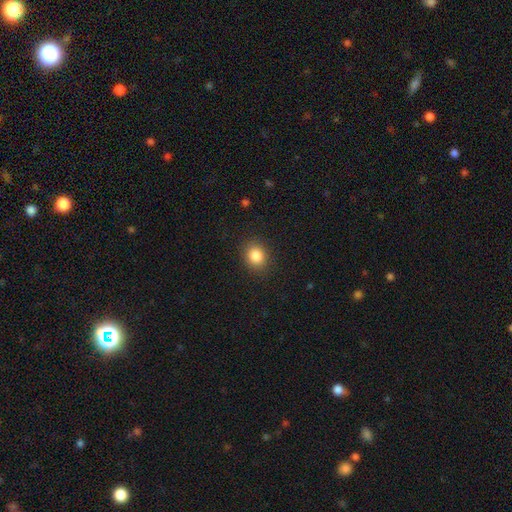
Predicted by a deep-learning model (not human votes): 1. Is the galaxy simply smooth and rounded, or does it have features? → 85% smooth, 10% star or artifact, 5% featured or disk.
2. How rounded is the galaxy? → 68% round, 31% in between, 1% cigar-shaped.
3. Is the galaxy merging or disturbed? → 88% none, 9% minor disturbance, 3% major disturbance, 1% merger.